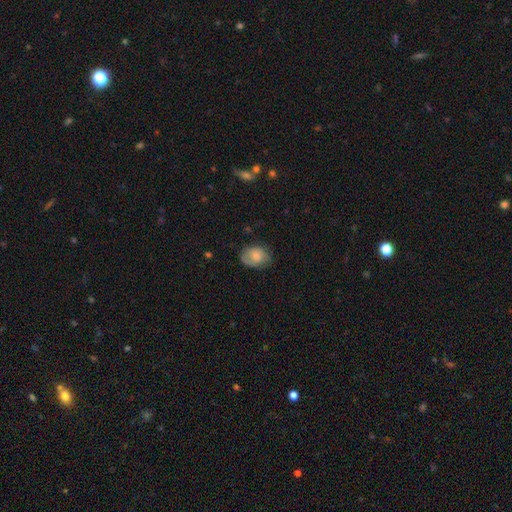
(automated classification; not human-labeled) Morphology: type=smooth (68%); roundness=in between (64%); merging=none (63%).